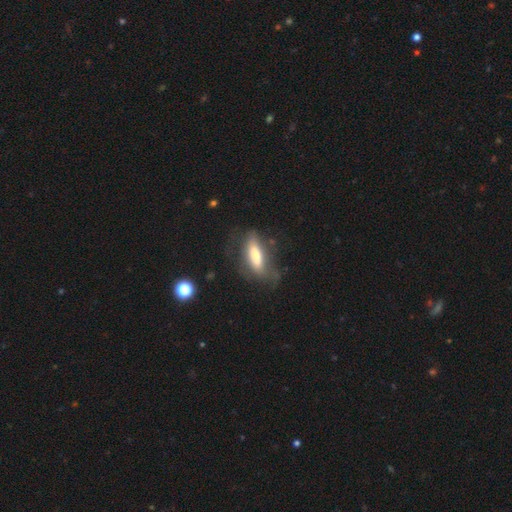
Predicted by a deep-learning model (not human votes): Q: Smooth or featured?
A: smooth (57%); runner-up: featured or disk (36%)
Q: How rounded?
A: in between (53%); runner-up: cigar-shaped (44%)
Q: Merging?
A: none (49%); runner-up: minor disturbance (25%)